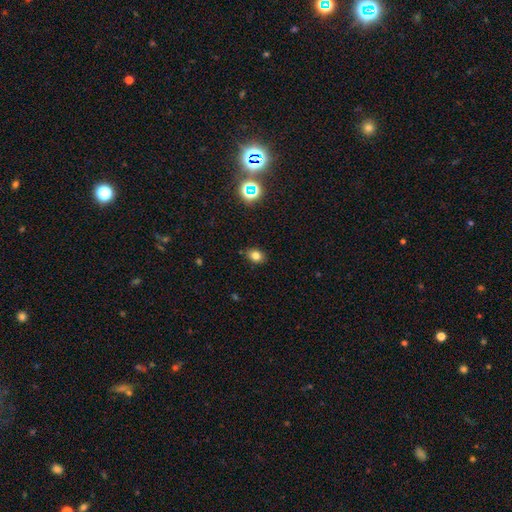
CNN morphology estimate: This is likely a smooth galaxy (77%). How rounded: likely in between (61%). Merging: clearly none (83%).